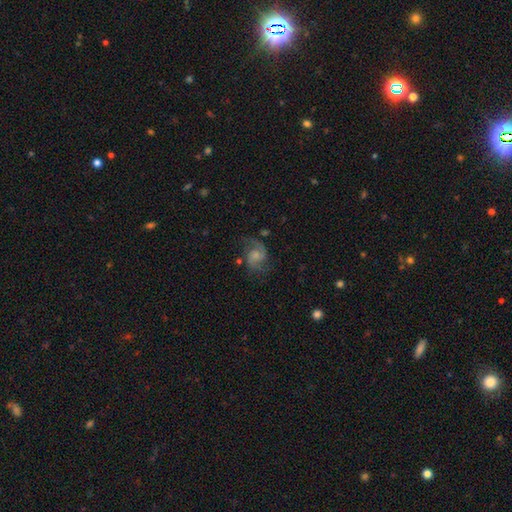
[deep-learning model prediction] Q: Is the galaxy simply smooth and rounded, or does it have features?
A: featured or disk — 77%.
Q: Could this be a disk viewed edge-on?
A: no — 98%.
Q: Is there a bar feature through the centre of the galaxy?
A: no — 65%.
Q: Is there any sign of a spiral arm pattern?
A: yes — 95%.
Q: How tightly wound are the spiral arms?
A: medium — 48%.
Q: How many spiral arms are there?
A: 2 — 89%.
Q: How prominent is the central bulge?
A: small — 46%.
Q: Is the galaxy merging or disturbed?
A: none — 65%.